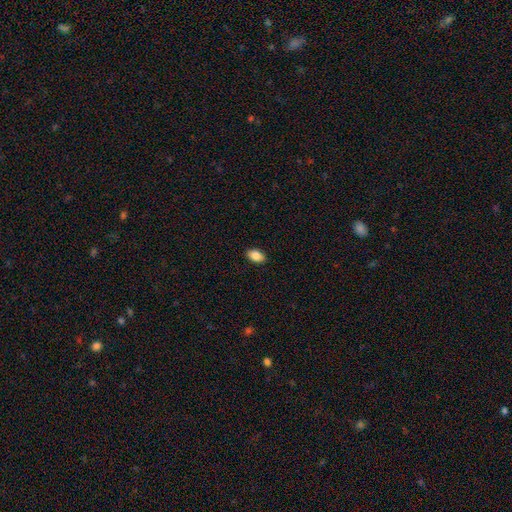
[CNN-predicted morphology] smooth_or_featured: smooth (p=0.86) [alt: star or artifact p=0.08]
how_rounded: in between (p=0.91) [alt: round p=0.08]
merging: none (p=0.90) [alt: minor disturbance p=0.08]